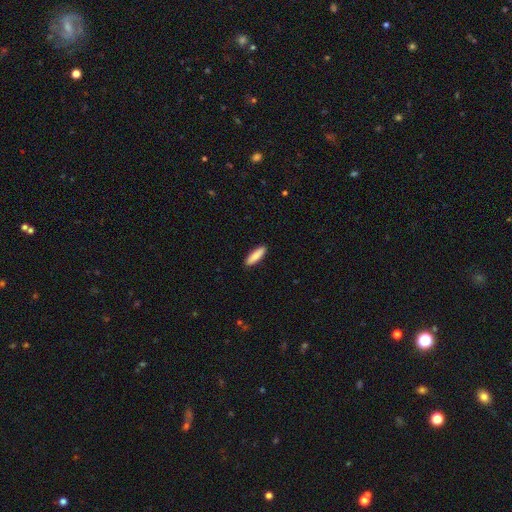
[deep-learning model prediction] smooth-or-featured: smooth: 86% | featured or disk: 9% | star or artifact: 5%
  how-rounded: cigar-shaped: 61% | in between: 38% | round: 2%
  merging: none: 91% | minor disturbance: 7% | major disturbance: 2% | merger: 1%